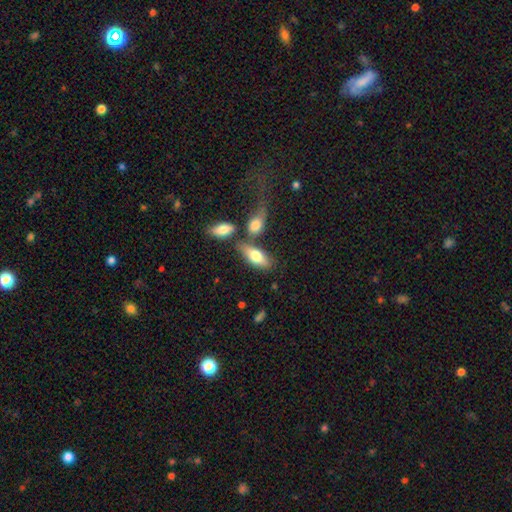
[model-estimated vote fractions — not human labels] Smooth or featured? smooth (70%)
How rounded? in between (81%)
Merging? none (50%)